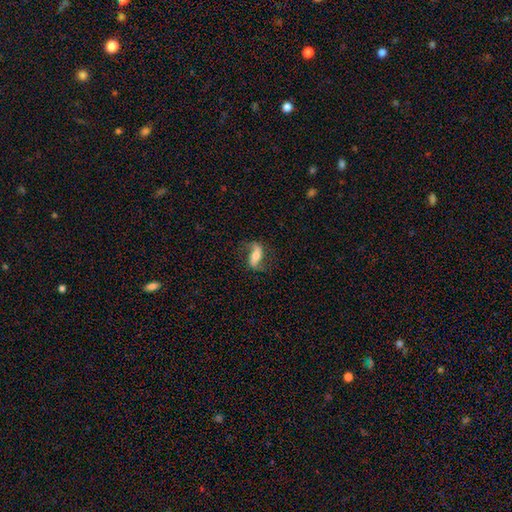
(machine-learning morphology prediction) smooth_or_featured: featured or disk (p=0.65) [alt: smooth p=0.28]
disk_edge_on: no (p=0.86) [alt: yes p=0.14]
bar: strong (p=0.41) [alt: no p=0.32]
has_spiral_arms: yes (p=0.87) [alt: no p=0.13]
bulge_size: moderate (p=0.62) [alt: small p=0.24]
merging: none (p=0.72) [alt: minor disturbance p=0.17]